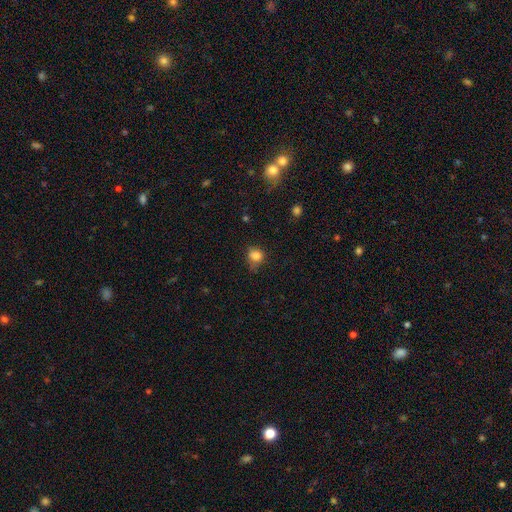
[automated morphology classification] smooth-or-featured: smooth: 81% | star or artifact: 12% | featured or disk: 7%
  how-rounded: round: 66% | in between: 33% | cigar-shaped: 1%
  merging: none: 53% | minor disturbance: 33% | major disturbance: 12% | merger: 3%